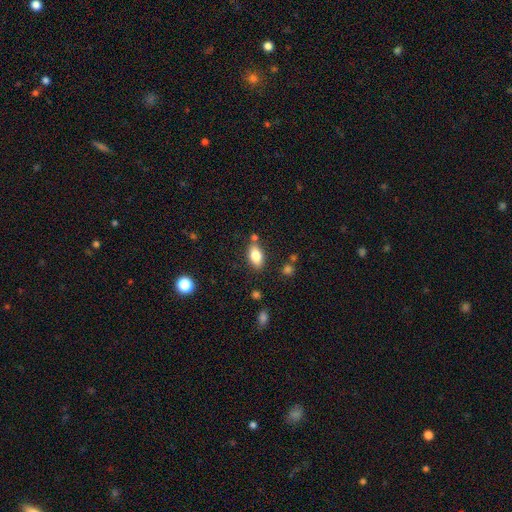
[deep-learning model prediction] Smooth or featured? smooth (81%)
How rounded? in between (90%)
Merging? none (76%)